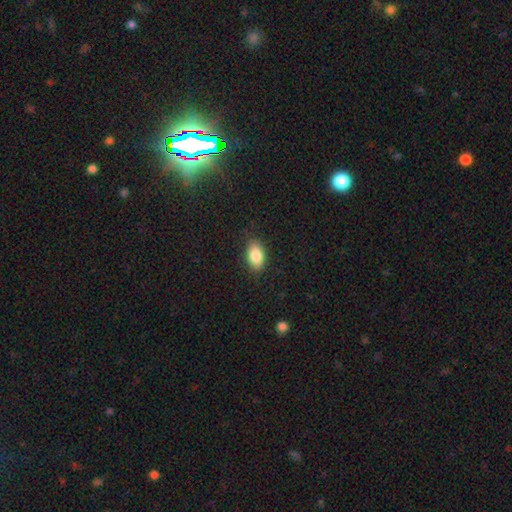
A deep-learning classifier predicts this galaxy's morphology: A smooth galaxy with no disk features (86%) that is in between round and cigar-shaped (91%). Merging: none (85%).